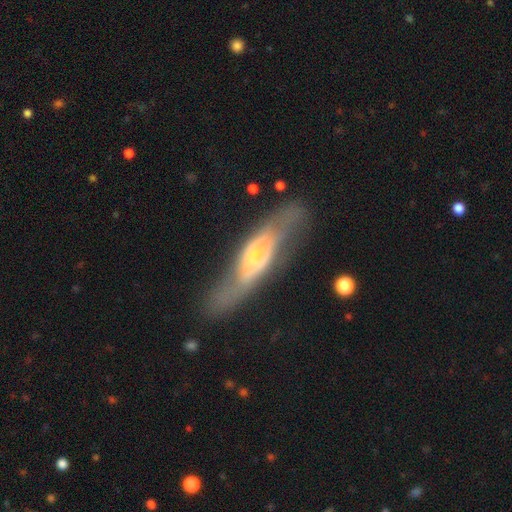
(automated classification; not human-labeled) A featured or disk galaxy (73%). Merging: none (65%).